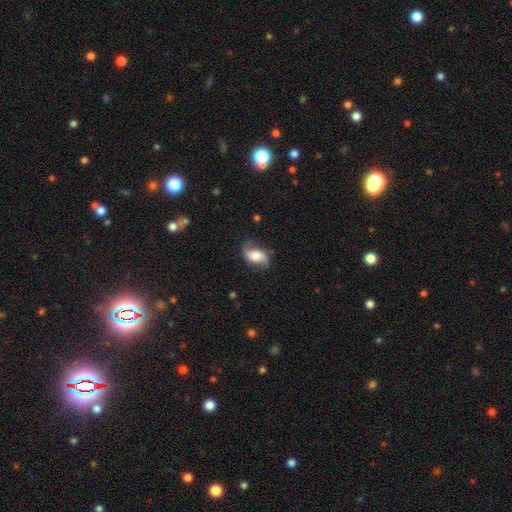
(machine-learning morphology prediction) smooth-or-featured: featured or disk: 61% | smooth: 31% | star or artifact: 8%
  disk-edge-on: no: 95% | yes: 5%
    bar: no: 53% | weak: 33% | strong: 14%
    has-spiral-arms: yes: 91% | no: 9%
      spiral-winding: loose: 64% | medium: 27% | tight: 9%
      spiral-arm-count: 2: 89% | 1: 4% | can't tell: 4% | 3: 1% | 4: 1% | more than 4: 1%
    bulge-size: large: 37% | moderate: 32% | small: 15% | dominant: 9% | none: 7%
  merging: none: 68% | minor disturbance: 21% | major disturbance: 10% | merger: 2%